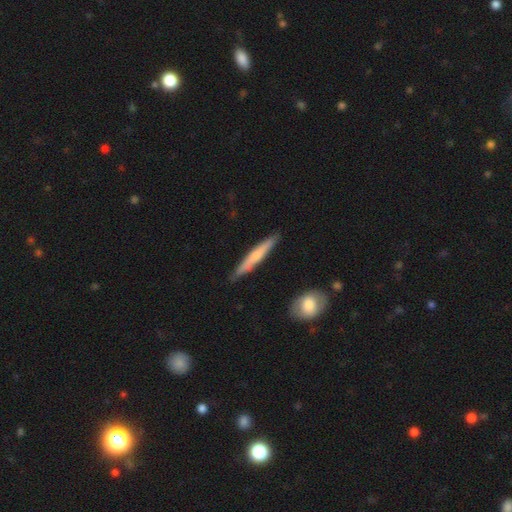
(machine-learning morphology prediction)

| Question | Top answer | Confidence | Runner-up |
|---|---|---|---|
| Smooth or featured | smooth | 56% | featured or disk (39%) |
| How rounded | cigar-shaped | 94% | in between (4%) |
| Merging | none | 86% | minor disturbance (10%) |